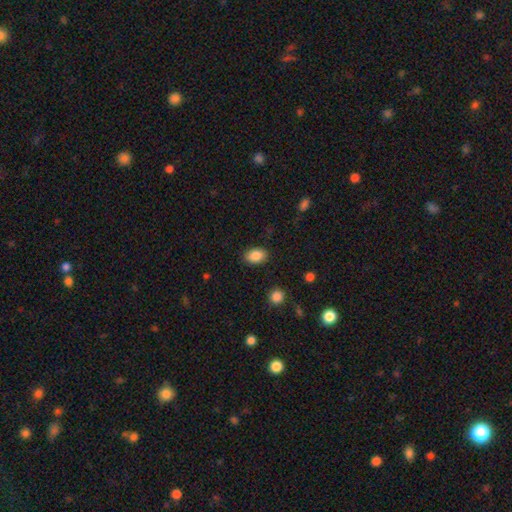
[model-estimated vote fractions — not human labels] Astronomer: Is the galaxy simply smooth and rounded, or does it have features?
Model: smooth — 87%.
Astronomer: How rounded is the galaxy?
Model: in between — 85%.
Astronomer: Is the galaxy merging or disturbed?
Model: none — 87%.